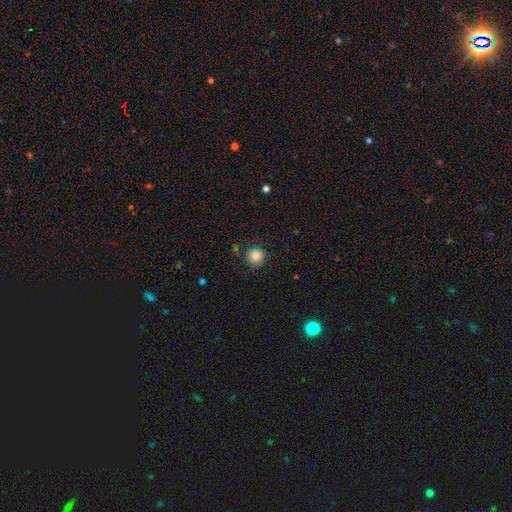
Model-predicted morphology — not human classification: Smooth or featured? Predicted: smooth (p=0.85). How rounded? Predicted: round (p=0.93). Merging? Predicted: none (p=0.81).